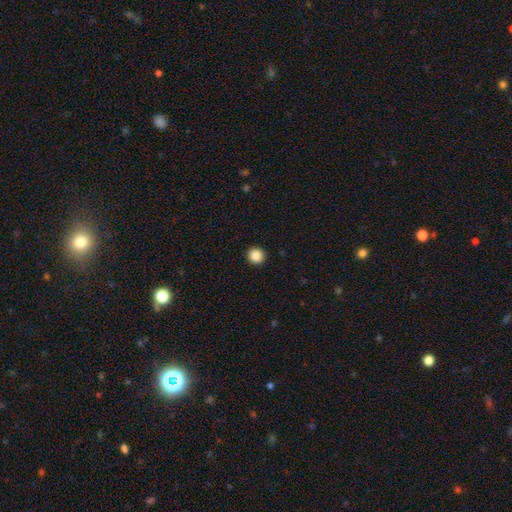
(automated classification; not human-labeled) smooth_or_featured: smooth (p=0.86) [alt: star or artifact p=0.10]
how_rounded: round (p=0.95) [alt: in between p=0.04]
merging: none (p=0.94) [alt: minor disturbance p=0.04]